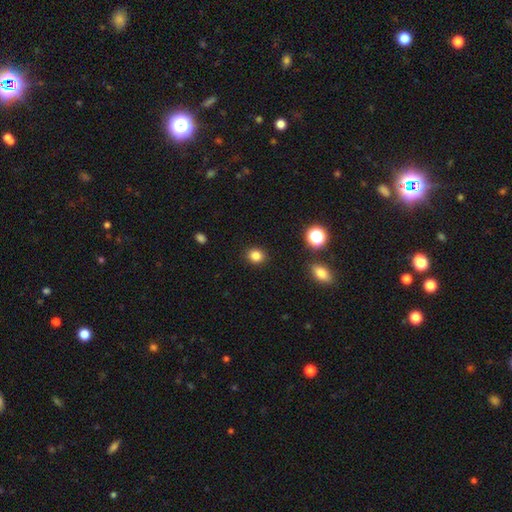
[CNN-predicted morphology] type=smooth (83%); roundness=round (75%); merging=none (91%).